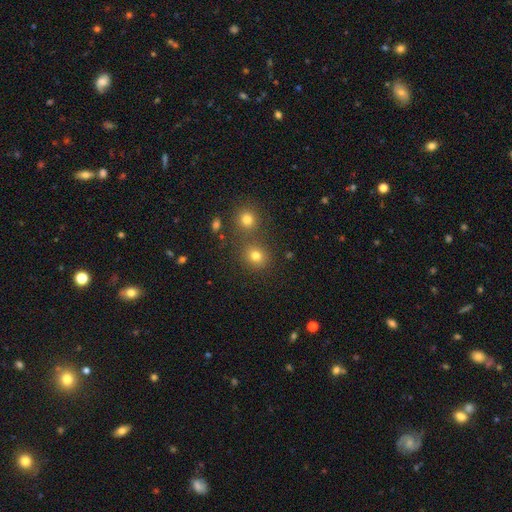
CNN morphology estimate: Smooth or featured? Predicted: smooth (p=0.76). How rounded? Predicted: round (p=0.82). Merging? Predicted: none (p=0.71).